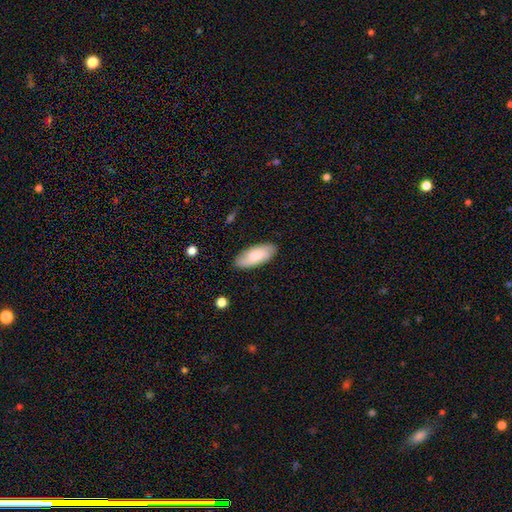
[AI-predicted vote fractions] Smooth or featured? smooth (68%)
How rounded? in between (85%)
Merging? none (86%)